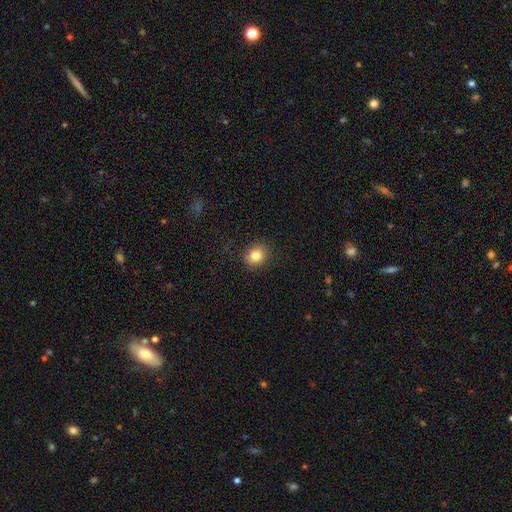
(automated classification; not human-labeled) The model was most divided on "how rounded": round: 68%, in between: 31%, cigar-shaped: 1%. More confident: merging — none (89%); smooth or featured — smooth (83%).